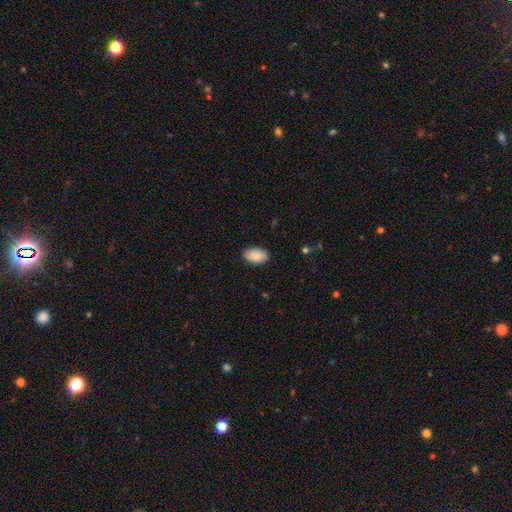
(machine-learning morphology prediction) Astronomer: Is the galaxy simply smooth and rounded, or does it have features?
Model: smooth — 90%.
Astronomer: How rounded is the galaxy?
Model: in between — 93%.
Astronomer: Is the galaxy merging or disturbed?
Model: none — 88%.